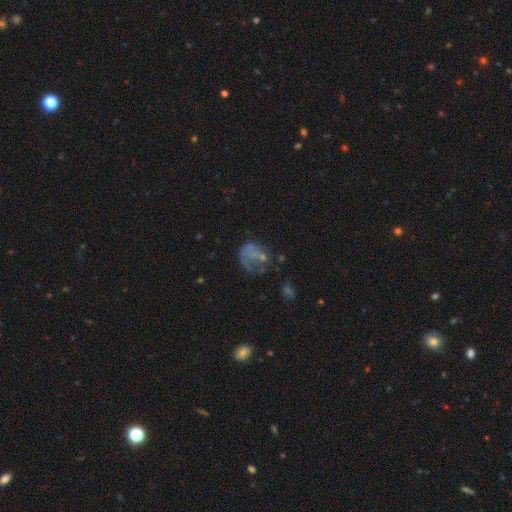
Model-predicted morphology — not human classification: The model was most divided on "merging": major disturbance: 39%, none: 34%, minor disturbance: 19%, merger: 7%. Remaining: smooth or featured — featured or disk (45%).